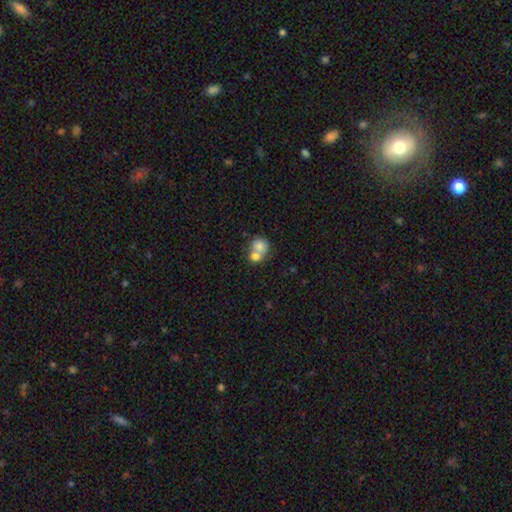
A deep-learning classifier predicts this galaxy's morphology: Smooth or featured? Predicted: smooth (p=0.75). How rounded? Predicted: round (p=0.72). Merging? Predicted: merger (p=0.65).